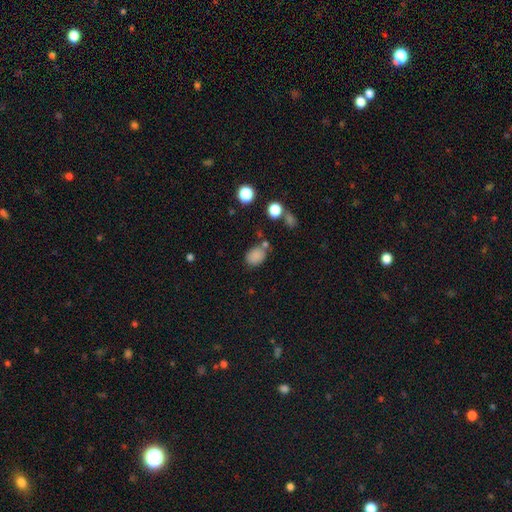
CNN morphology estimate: smooth-or-featured: smooth: 83% | star or artifact: 12% | featured or disk: 5%
  how-rounded: in between: 62% | round: 37% | cigar-shaped: 1%
  merging: none: 64% | minor disturbance: 17% | merger: 13% | major disturbance: 6%